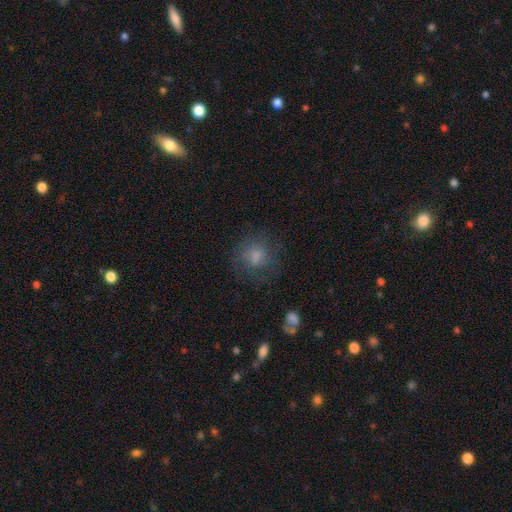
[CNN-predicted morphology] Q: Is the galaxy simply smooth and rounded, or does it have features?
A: smooth — 67%.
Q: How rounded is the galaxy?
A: round — 78%.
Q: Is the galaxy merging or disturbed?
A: none — 63%.